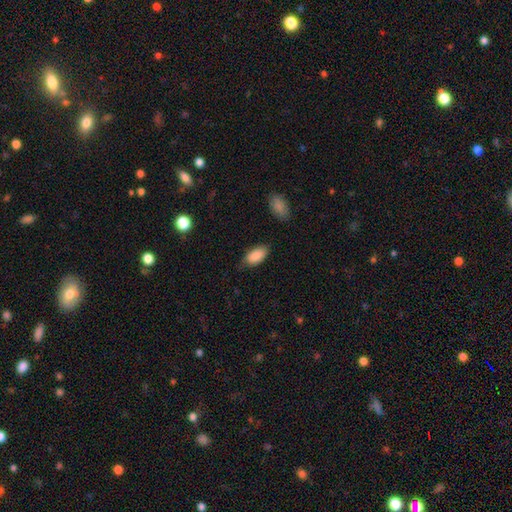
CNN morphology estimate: smooth-or-featured: smooth: 89% | star or artifact: 6% | featured or disk: 5%
  how-rounded: in between: 94% | cigar-shaped: 3% | round: 3%
  merging: none: 74% | minor disturbance: 20% | major disturbance: 4% | merger: 2%